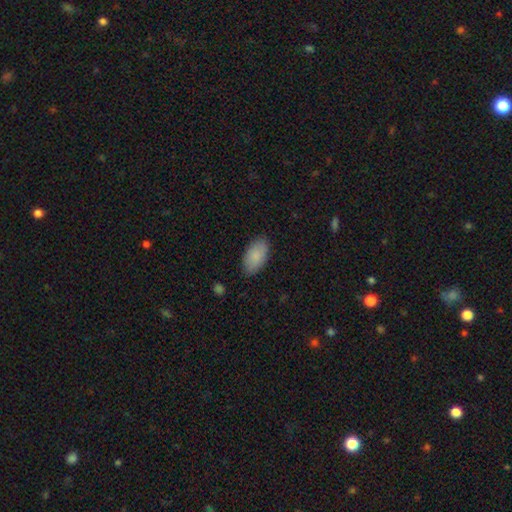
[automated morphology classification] Overall: smooth (87%). How rounded: in between (95%). Merging: none (85%).